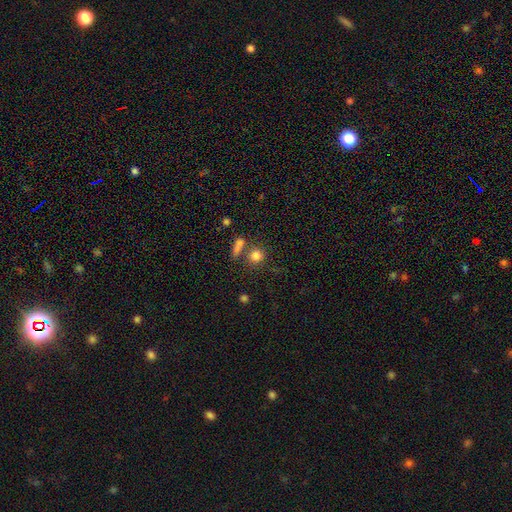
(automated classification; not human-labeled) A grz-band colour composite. It shows a smooth galaxy with no disk features (80%) that is round (84%). Merging: none (65%).